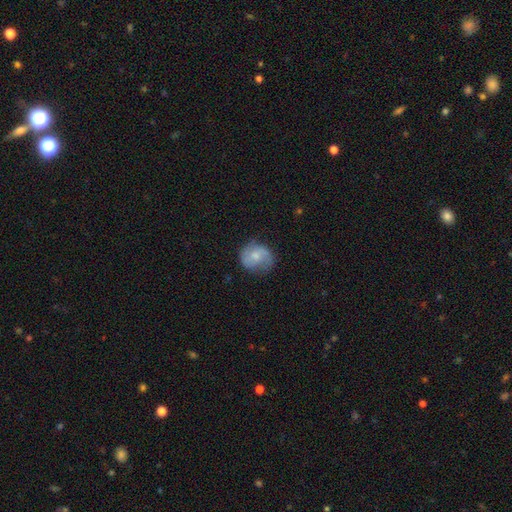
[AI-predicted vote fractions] The model was most divided on "smooth or featured": smooth: 50%, featured or disk: 43%, star or artifact: 8%. More confident: merging — none (64%).